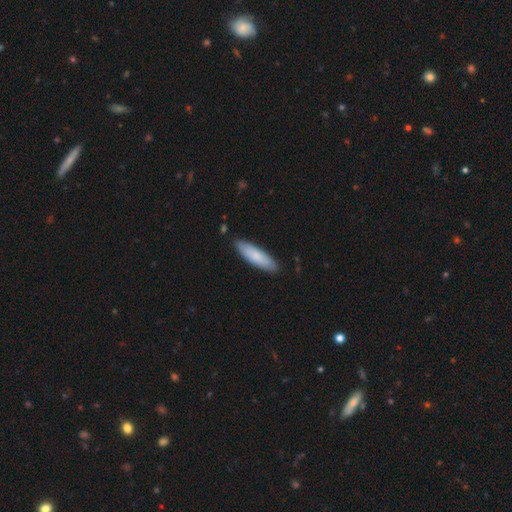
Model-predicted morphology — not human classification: Smooth or featured? smooth (79%)
How rounded? cigar-shaped (60%)
Merging? none (86%)